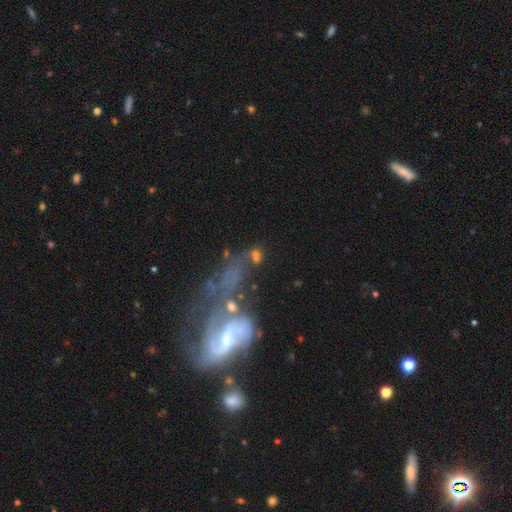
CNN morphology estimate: This is marginally a featured or disk galaxy (40%). Merging: marginally none (41%).